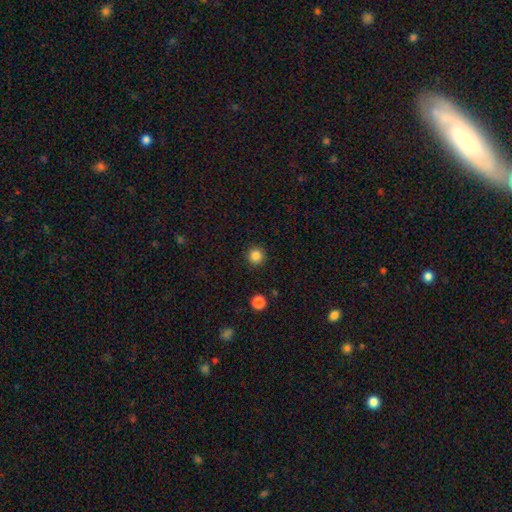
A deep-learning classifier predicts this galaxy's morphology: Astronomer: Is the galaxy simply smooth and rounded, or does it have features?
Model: smooth — 85%.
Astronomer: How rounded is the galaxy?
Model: round — 96%.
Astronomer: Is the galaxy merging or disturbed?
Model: none — 92%.